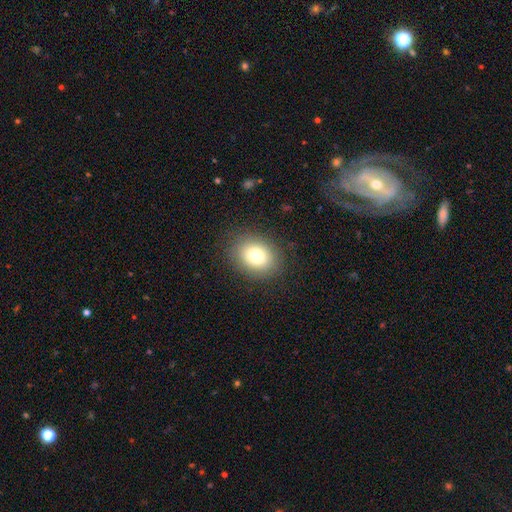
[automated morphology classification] A smooth galaxy with no disk features (78%) that is in between round and cigar-shaped (55%).

Vote fractions:
- Smooth or featured? smooth: 78% / featured or disk: 11% / star or artifact: 11%
- How rounded? in between: 55% / round: 44% / cigar-shaped: 1%
- Merging? none: 86% / minor disturbance: 10% / major disturbance: 4% / merger: 1%